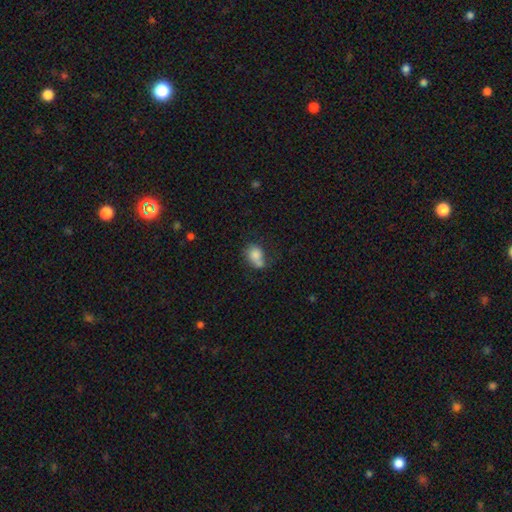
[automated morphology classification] The model was most divided on "merging": none: 36%, minor disturbance: 25%, merger: 24%, major disturbance: 15%. More confident: smooth or featured — smooth (78%); how rounded — in between (65%).